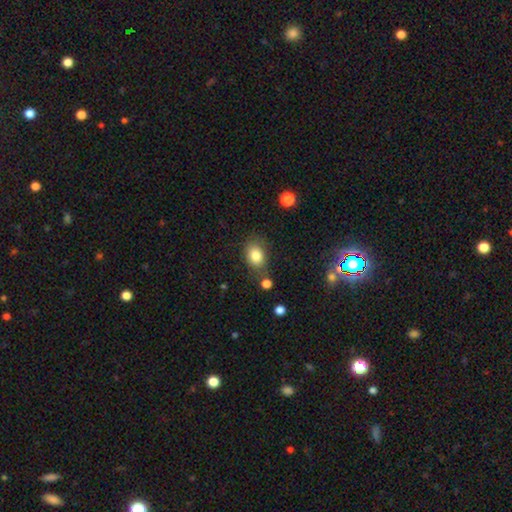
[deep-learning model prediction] This is clearly a smooth galaxy (83%). How rounded: likely in between (66%). Merging: likely none (70%).